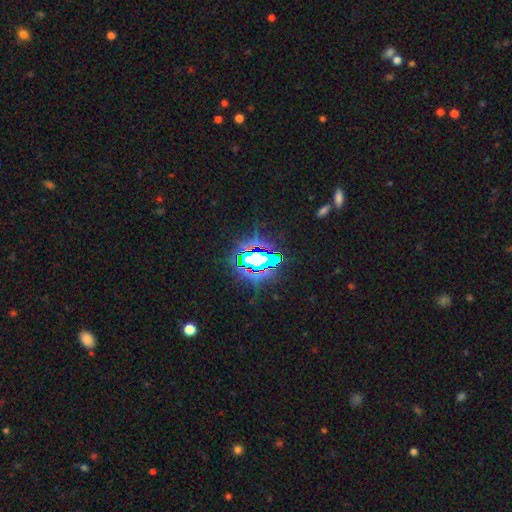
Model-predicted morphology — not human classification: This appears to be a star or artifact, not a galaxy (74%).